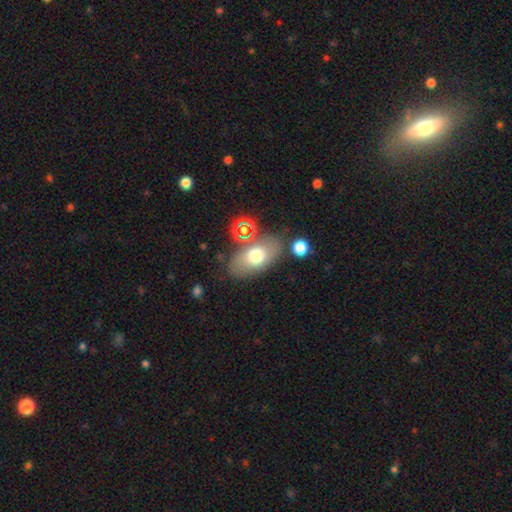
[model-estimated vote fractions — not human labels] Smooth or featured? smooth (67%)
How rounded? in between (88%)
Merging? none (73%)